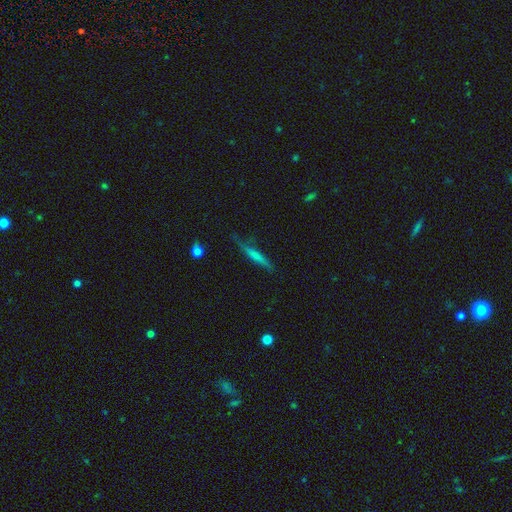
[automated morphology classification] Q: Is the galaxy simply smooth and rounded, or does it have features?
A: smooth — 58%.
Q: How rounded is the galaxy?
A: cigar-shaped — 89%.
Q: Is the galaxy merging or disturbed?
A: none — 61%.